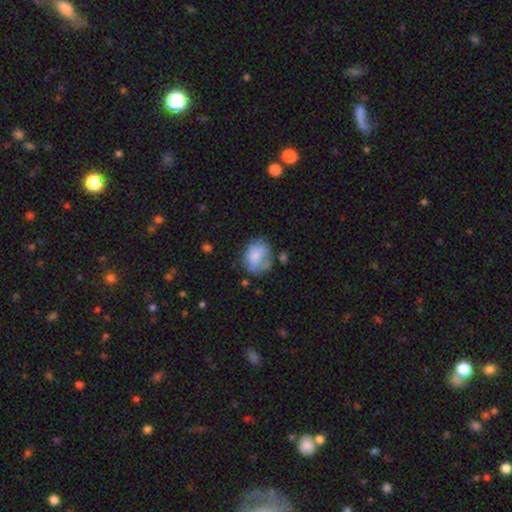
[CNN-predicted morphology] Overall: smooth (69%). How rounded: round (57%; in between 42%). Merging: none (52%; minor disturbance 28%).